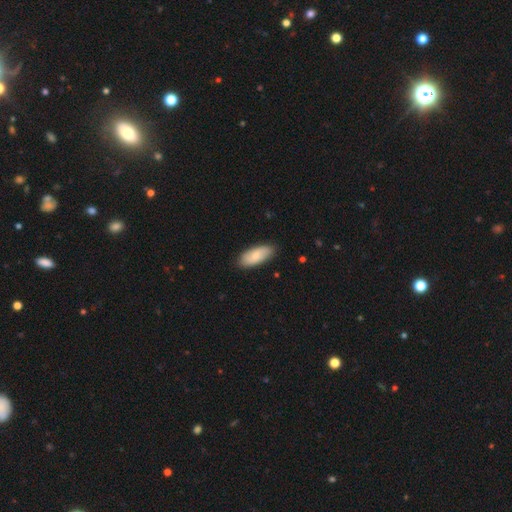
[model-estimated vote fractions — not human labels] This appears to be a smooth galaxy with no disk features (77%) that is in between round and cigar-shaped (85%). Merging: none (86%).